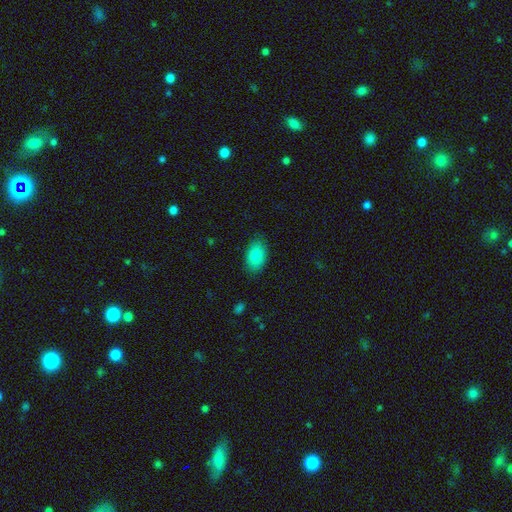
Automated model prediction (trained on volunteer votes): Morphology: type=smooth (85%); roundness=in between (92%); merging=none (85%).